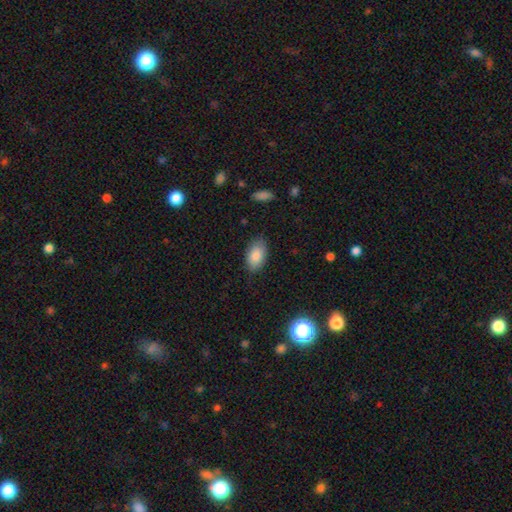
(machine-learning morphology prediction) Overall: smooth (83%). How rounded: in between (93%). Merging: none (82%).